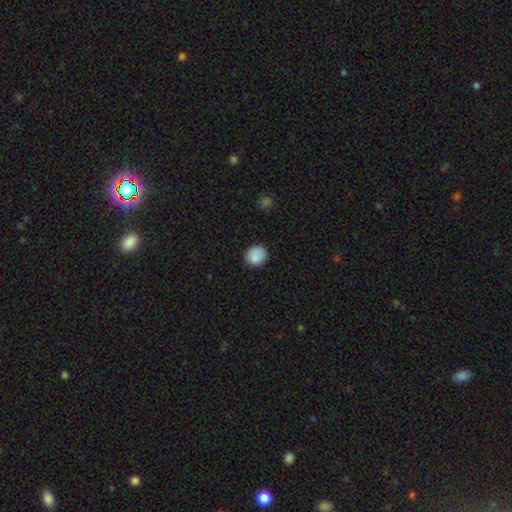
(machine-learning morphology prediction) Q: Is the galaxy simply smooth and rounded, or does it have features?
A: smooth — 87%.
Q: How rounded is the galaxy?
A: round — 72%.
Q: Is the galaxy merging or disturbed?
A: none — 83%.